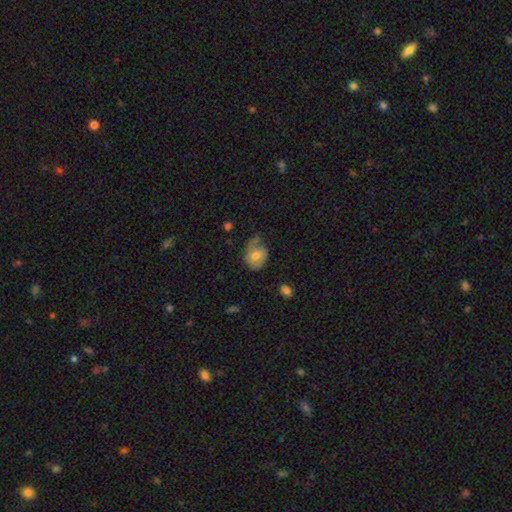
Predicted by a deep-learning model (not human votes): Smooth or featured? smooth (62%)
How rounded? in between (55%)
Merging? none (41%)